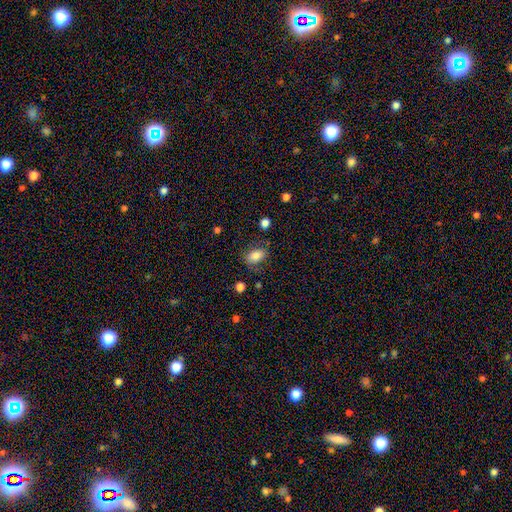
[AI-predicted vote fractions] Smooth or featured? Predicted: smooth (p=0.81). How rounded? Predicted: in between (p=0.83). Merging? Predicted: none (p=0.73).